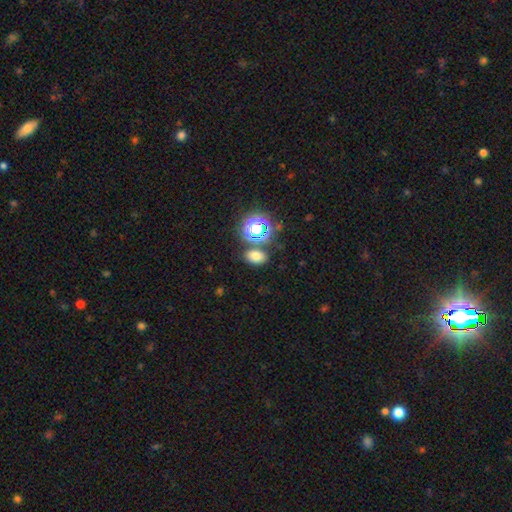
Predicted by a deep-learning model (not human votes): This is likely a smooth galaxy (70%). How rounded: likely in between (71%). Merging: likely none (77%).